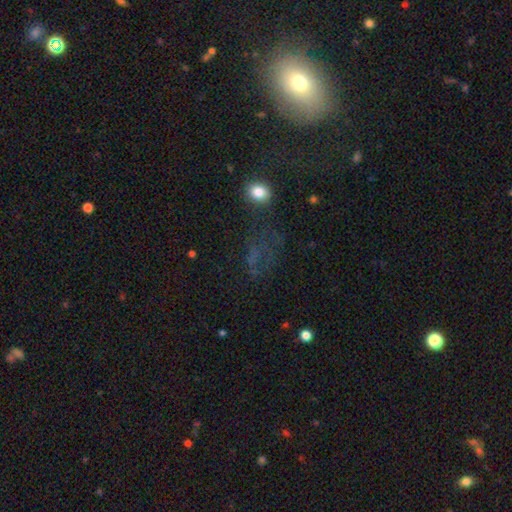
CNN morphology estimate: Overall: smooth (40%; star or artifact 37%). Merging: none (46%; major disturbance 31%).